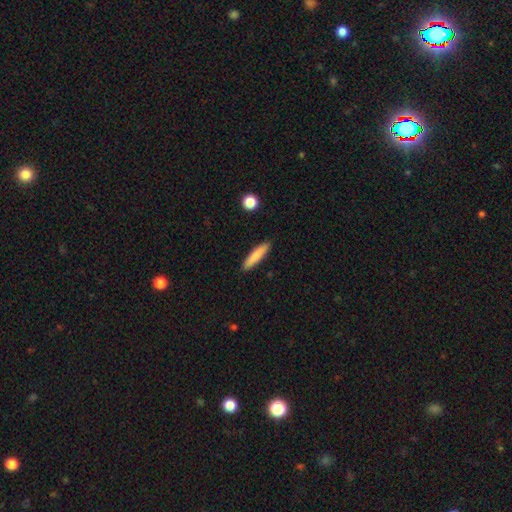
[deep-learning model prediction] Q: Smooth or featured?
A: smooth (80%); runner-up: featured or disk (14%)
Q: How rounded?
A: cigar-shaped (85%); runner-up: in between (14%)
Q: Merging?
A: none (90%); runner-up: minor disturbance (7%)